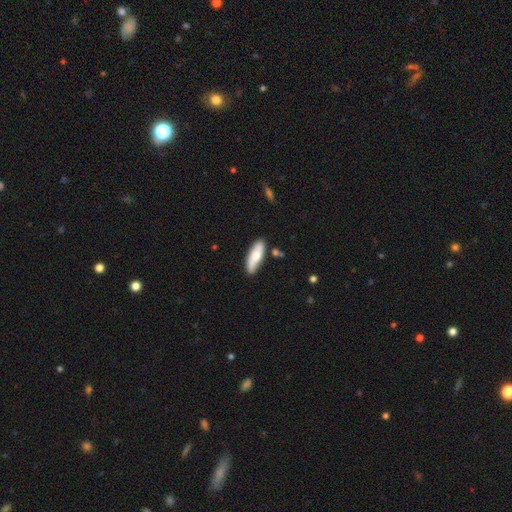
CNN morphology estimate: Q: Smooth or featured?
A: smooth (69%); runner-up: featured or disk (25%)
Q: How rounded?
A: in between (56%); runner-up: cigar-shaped (42%)
Q: Merging?
A: none (79%); runner-up: minor disturbance (14%)